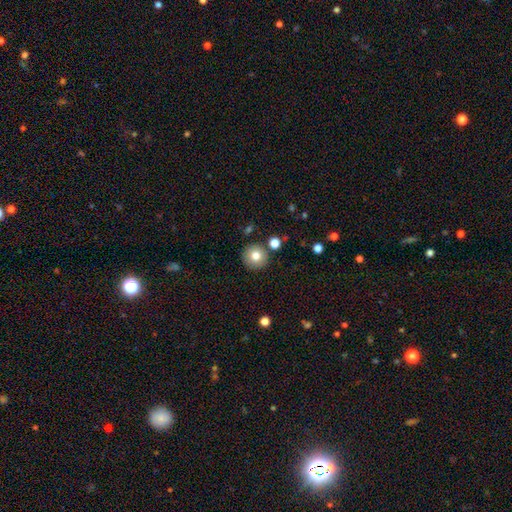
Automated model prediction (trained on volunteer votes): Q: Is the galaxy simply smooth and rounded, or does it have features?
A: smooth — 79%.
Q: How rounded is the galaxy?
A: round — 95%.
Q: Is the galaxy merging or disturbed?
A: none — 87%.